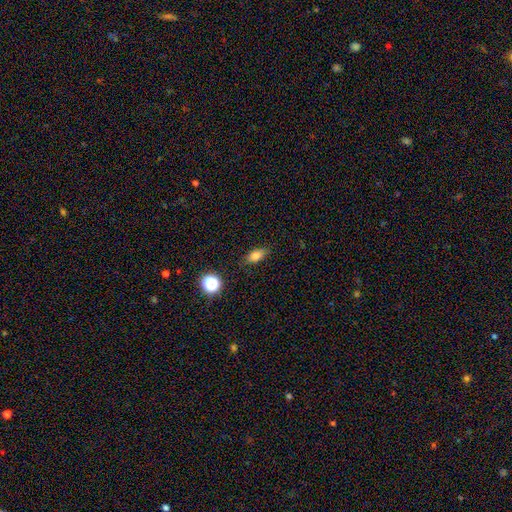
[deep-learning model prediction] This appears to be a smooth galaxy with no disk features (77%) that is in between round and cigar-shaped (77%). Merging: none (82%).